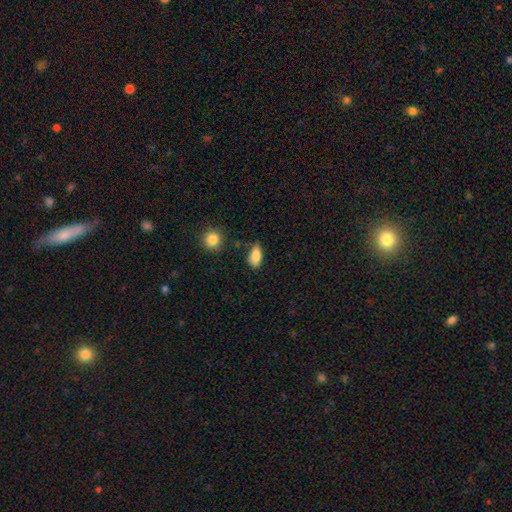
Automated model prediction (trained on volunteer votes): Morphology: type=smooth (85%); roundness=in between (88%); merging=none (73%).